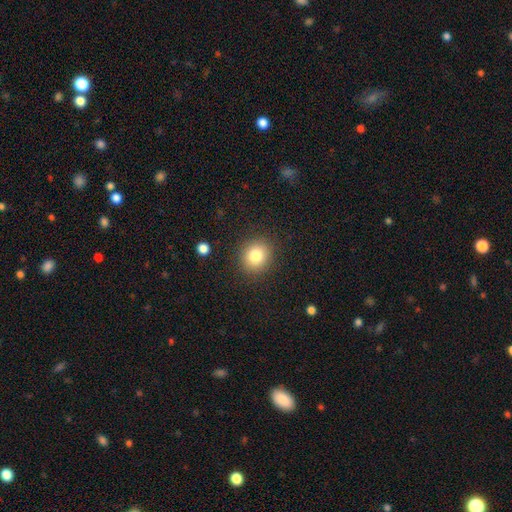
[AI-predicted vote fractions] This appears to be a smooth galaxy with no disk features (82%) that is round (80%). Merging: none (88%).